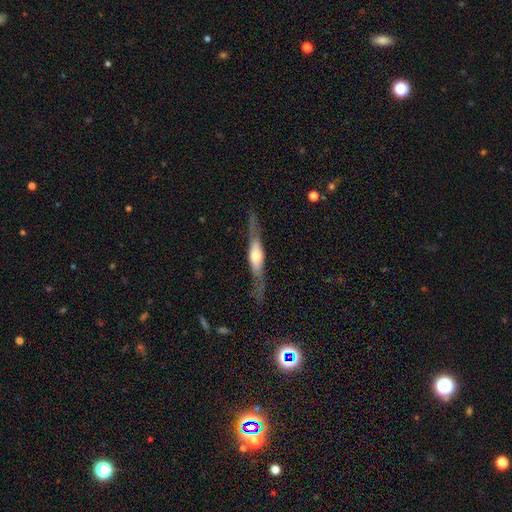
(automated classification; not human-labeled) Smooth or featured: featured or disk — 68% (smooth — 27%)
Edge-on disk: yes — 90% (no — 10%)
Edge-on bulge: rounded — 79% (boxy — 15%)
Merging: none — 77% (minor disturbance — 15%)